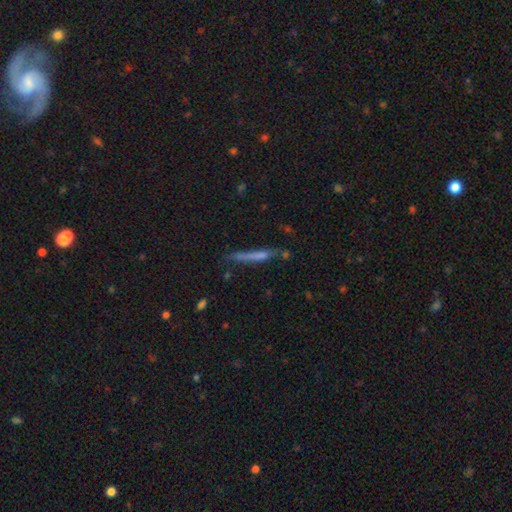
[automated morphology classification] Overall: smooth (55%; featured or disk 35%). How rounded: cigar-shaped (94%). Merging: none (67%).